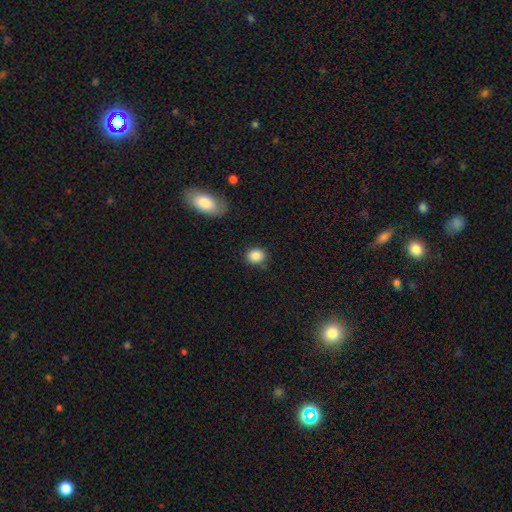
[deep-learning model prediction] Morphology: type=smooth (86%); roundness=round (73%); merging=none (80%).